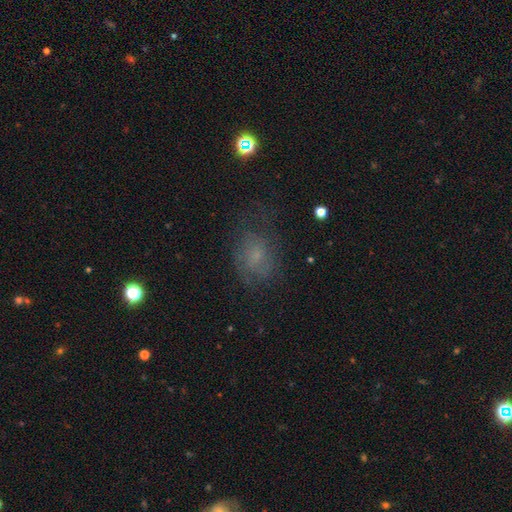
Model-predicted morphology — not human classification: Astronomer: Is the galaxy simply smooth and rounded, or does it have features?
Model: smooth — 51% (runner-up: featured or disk, 31%).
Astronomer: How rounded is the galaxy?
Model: in between — 57% (runner-up: round, 42%).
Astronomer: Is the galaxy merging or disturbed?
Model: none — 58%.